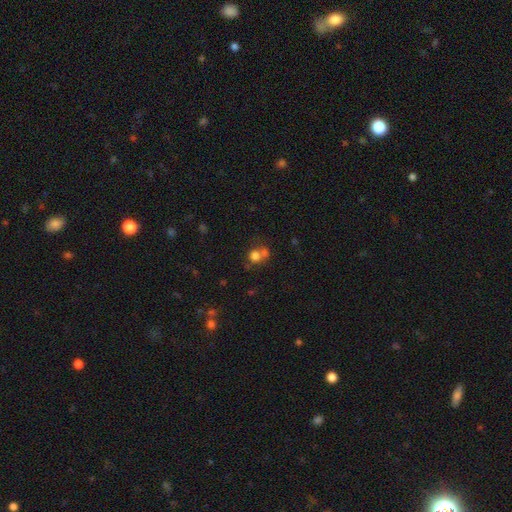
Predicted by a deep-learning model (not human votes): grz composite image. It shows a smooth galaxy with no disk features (73%) that is round (79%). Merging: merger (42%).